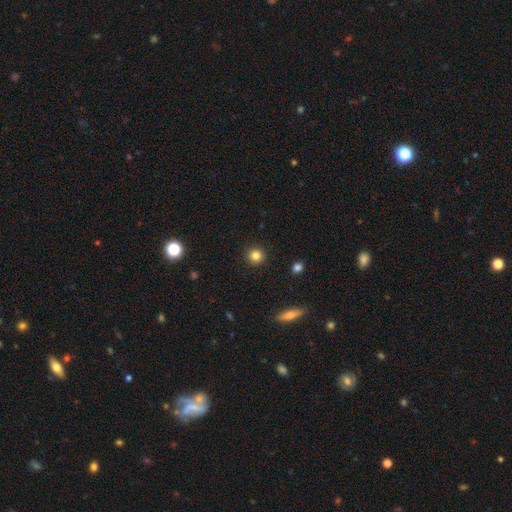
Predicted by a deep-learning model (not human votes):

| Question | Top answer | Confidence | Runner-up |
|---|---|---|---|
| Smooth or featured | smooth | 83% | star or artifact (11%) |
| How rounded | round | 93% | in between (6%) |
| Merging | none | 92% | minor disturbance (5%) |